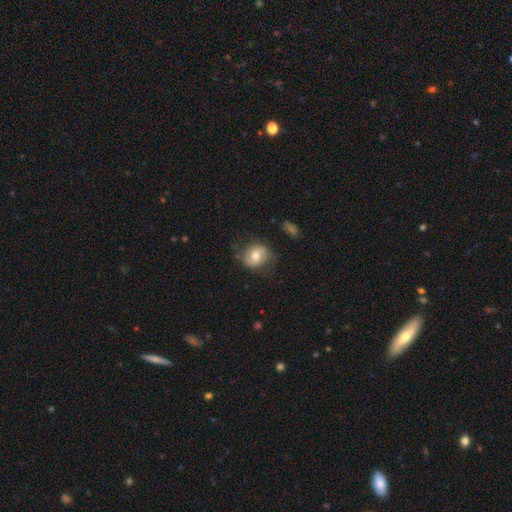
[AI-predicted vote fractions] Smooth or featured?
  - smooth: 63% *
  - featured or disk: 29%
  - star or artifact: 8%
How rounded?
  - round: 62% *
  - in between: 37%
  - cigar-shaped: 1%
Merging?
  - none: 65% *
  - minor disturbance: 23%
  - major disturbance: 10%
  - merger: 2%